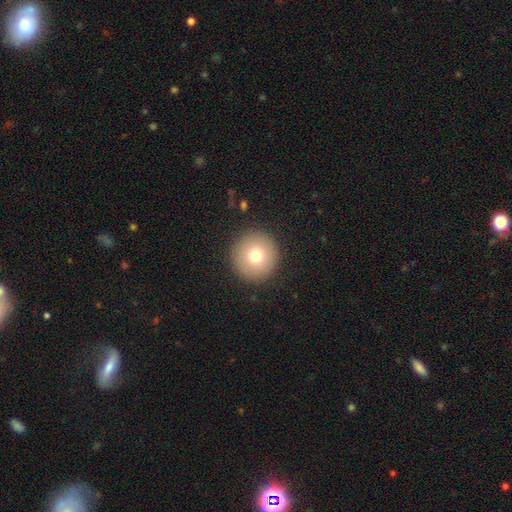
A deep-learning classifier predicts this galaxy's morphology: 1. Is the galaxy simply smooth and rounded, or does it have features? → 75% smooth, 14% featured or disk, 11% star or artifact.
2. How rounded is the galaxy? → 96% round, 3% in between, 1% cigar-shaped.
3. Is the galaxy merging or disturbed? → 92% none, 5% minor disturbance, 2% major disturbance, 1% merger.